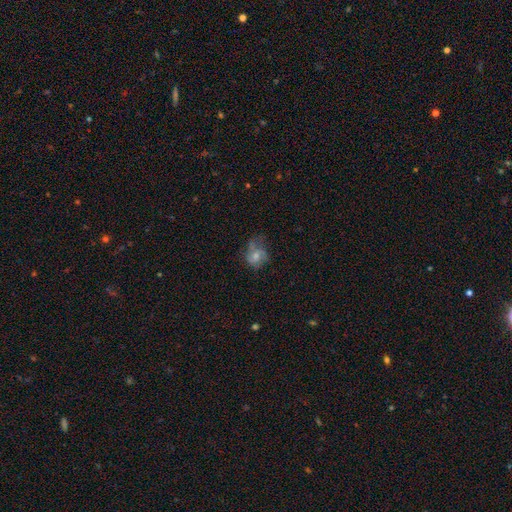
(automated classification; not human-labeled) smooth 46%, featured or disk 44%, star or artifact 10%. Down the decision tree: merging — none (40%).